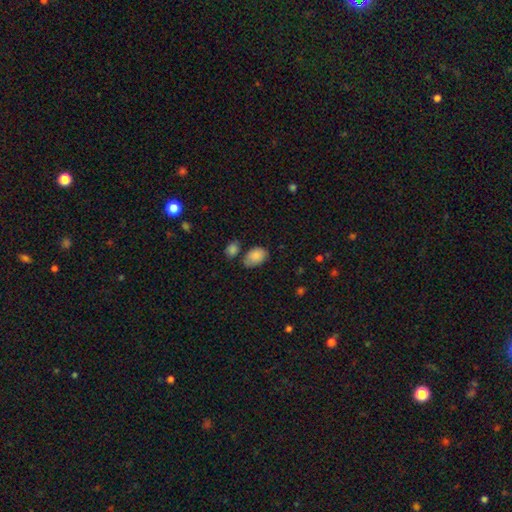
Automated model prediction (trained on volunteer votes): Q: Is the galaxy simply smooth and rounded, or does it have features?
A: smooth — 85%.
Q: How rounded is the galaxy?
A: in between — 87%.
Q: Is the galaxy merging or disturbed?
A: none — 56%.